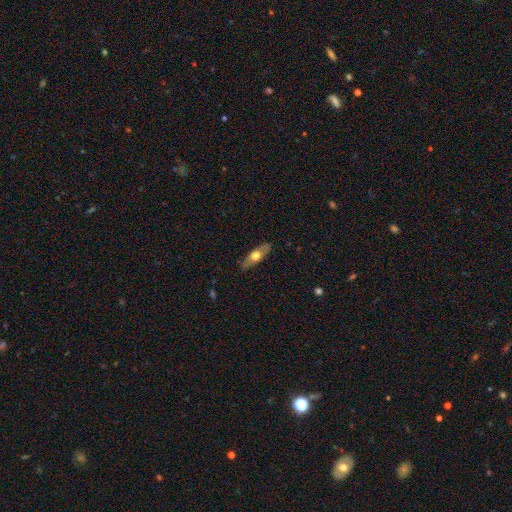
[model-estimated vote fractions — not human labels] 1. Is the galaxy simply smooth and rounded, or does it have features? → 53% smooth, 42% featured or disk, 6% star or artifact.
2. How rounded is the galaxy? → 52% in between, 45% cigar-shaped, 3% round.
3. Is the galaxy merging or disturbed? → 87% none, 10% minor disturbance, 2% major disturbance, 1% merger.